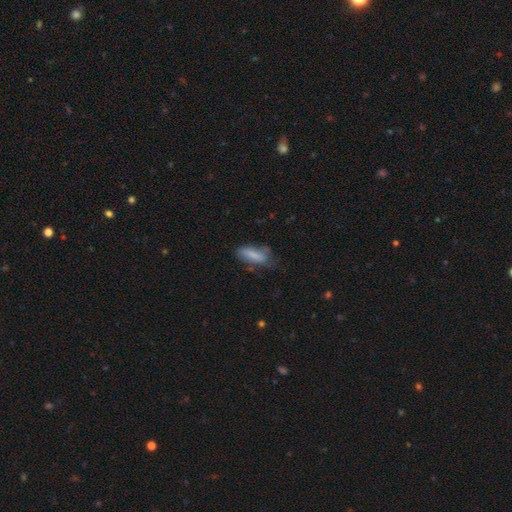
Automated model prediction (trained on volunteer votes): Q: Smooth or featured?
A: smooth (75%); runner-up: featured or disk (16%)
Q: How rounded?
A: in between (68%); runner-up: cigar-shaped (30%)
Q: Merging?
A: none (45%); runner-up: minor disturbance (33%)